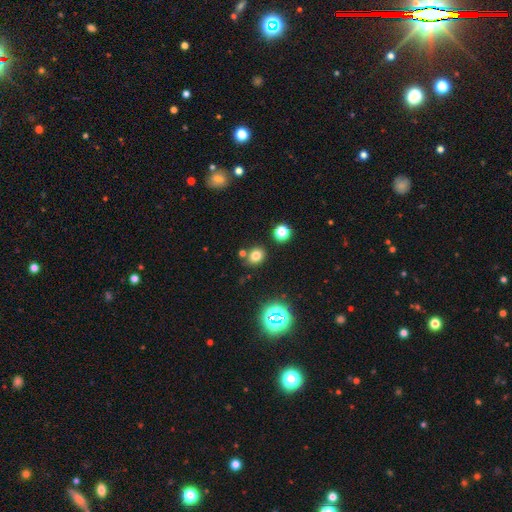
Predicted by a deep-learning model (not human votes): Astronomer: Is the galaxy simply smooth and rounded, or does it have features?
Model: smooth — 74%.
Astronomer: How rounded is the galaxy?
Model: round — 62%.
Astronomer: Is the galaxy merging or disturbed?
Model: none — 77%.